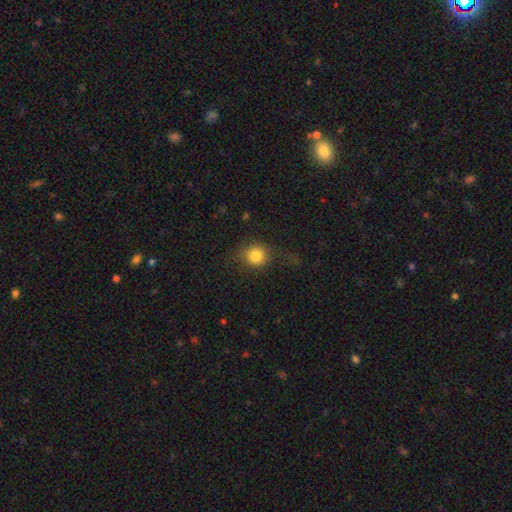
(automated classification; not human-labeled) This is clearly a smooth galaxy (81%). How rounded: likely round (79%). Merging: likely none (69%).